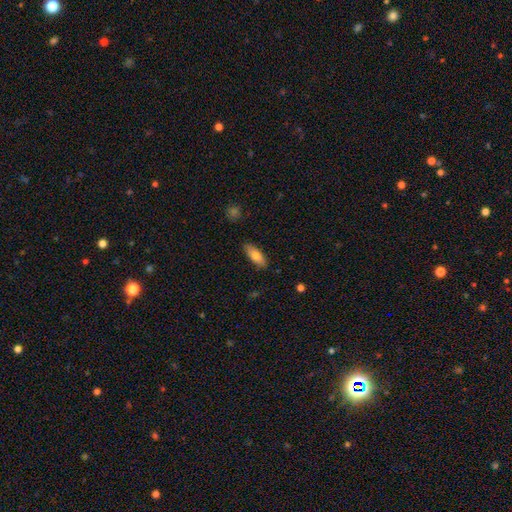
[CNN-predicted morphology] The model was most divided on "how rounded": in between: 72%, cigar-shaped: 26%, round: 2%. More confident: merging — none (86%); smooth or featured — smooth (81%).